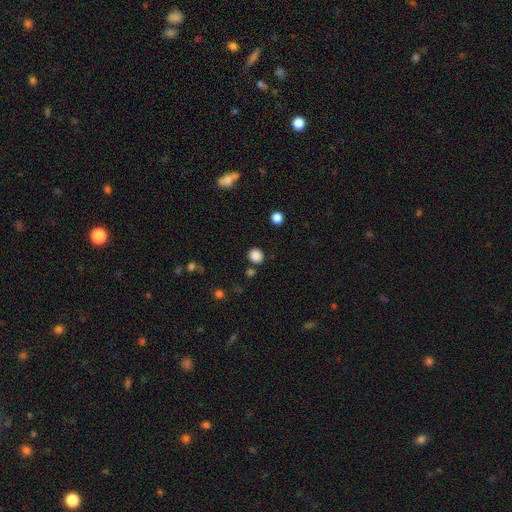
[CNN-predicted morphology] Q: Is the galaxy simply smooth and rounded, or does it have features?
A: smooth — 86%.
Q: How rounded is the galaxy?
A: round — 79%.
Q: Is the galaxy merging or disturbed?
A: none — 85%.